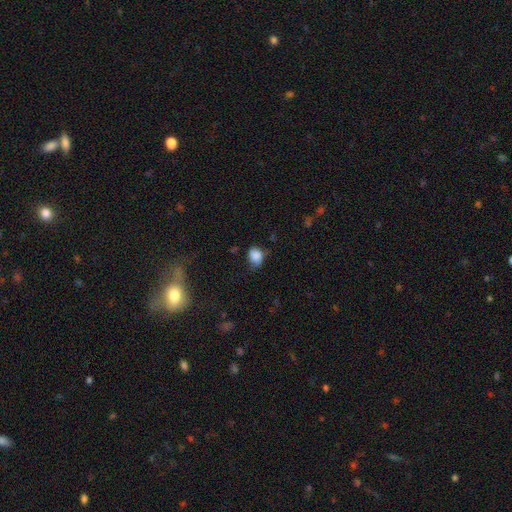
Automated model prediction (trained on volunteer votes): Overall: smooth (82%). How rounded: in between (58%; round 41%). Merging: none (50%; minor disturbance 35%).